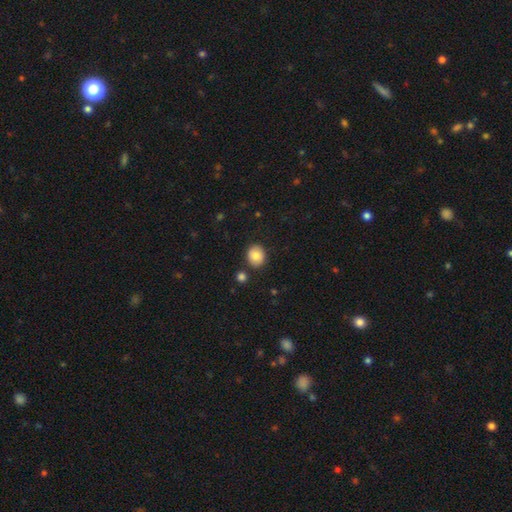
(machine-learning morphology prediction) Overall: smooth (84%). How rounded: round (72%). Merging: none (85%).